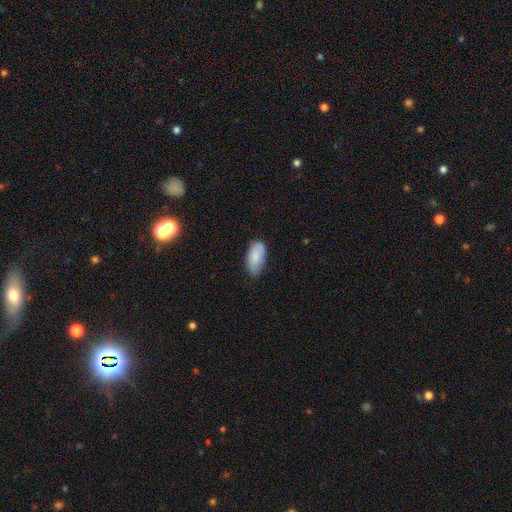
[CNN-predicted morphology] This is clearly a smooth galaxy (82%). How rounded: clearly in between (94%). Merging: likely none (66%).